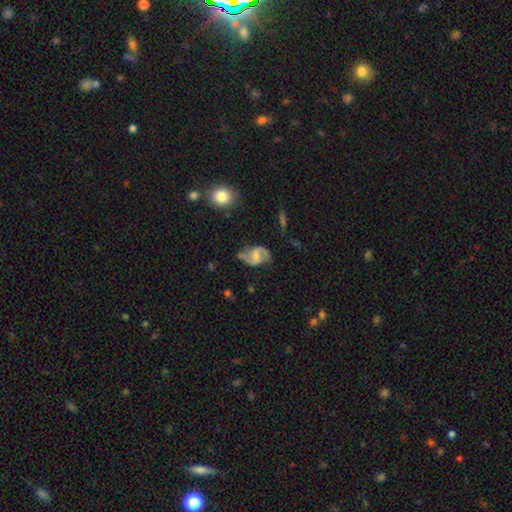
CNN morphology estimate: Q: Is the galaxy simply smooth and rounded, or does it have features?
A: featured or disk — 78%.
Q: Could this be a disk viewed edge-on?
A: no — 97%.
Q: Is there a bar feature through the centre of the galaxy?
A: weak — 49%.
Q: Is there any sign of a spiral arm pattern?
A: yes — 93%.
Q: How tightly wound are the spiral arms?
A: loose — 49%.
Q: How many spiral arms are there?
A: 2 — 91%.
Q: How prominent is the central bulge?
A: none — 45%.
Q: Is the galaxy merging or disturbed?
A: none — 68%.